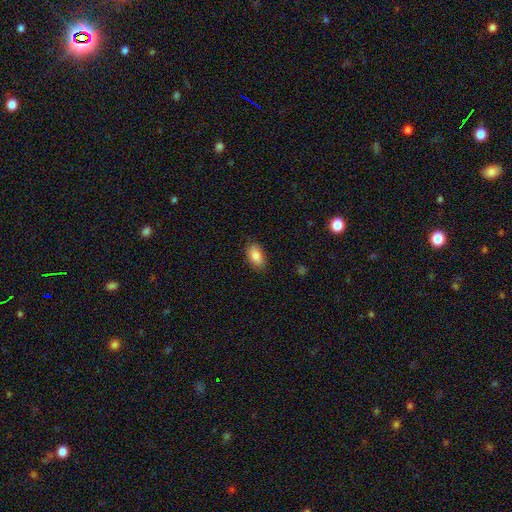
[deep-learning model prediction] smooth_or_featured: smooth (p=0.85) [alt: star or artifact p=0.07]
how_rounded: in between (p=0.92) [alt: round p=0.05]
merging: none (p=0.87) [alt: minor disturbance p=0.10]